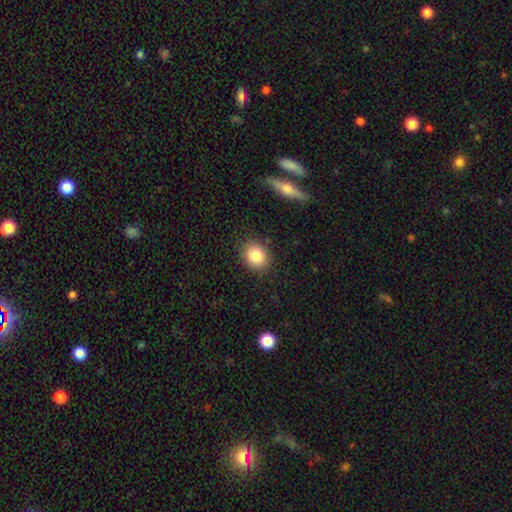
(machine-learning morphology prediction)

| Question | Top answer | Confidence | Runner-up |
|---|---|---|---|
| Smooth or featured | smooth | 83% | star or artifact (9%) |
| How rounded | round | 64% | in between (35%) |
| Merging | none | 86% | minor disturbance (9%) |